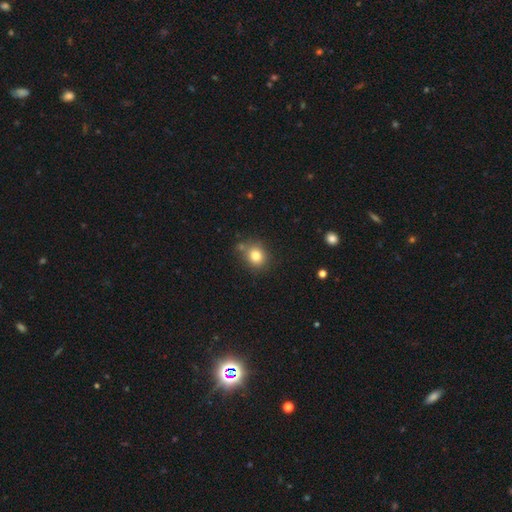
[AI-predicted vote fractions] smooth 80%, star or artifact 12%, featured or disk 8%. Down the decision tree: how rounded — round (74%); merging — none (73%).